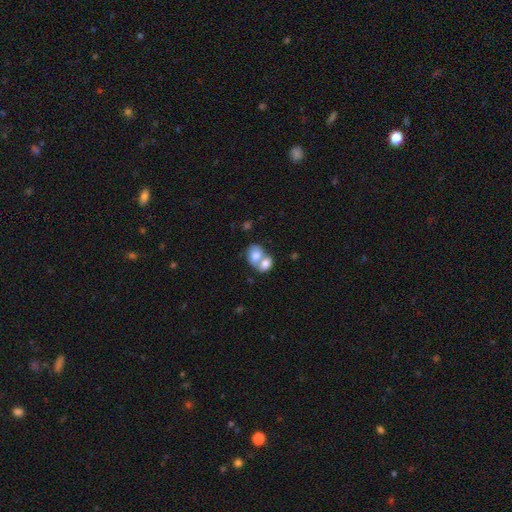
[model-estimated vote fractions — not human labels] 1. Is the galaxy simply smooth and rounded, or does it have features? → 74% smooth, 19% featured or disk, 7% star or artifact.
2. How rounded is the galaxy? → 63% in between, 36% round, 1% cigar-shaped.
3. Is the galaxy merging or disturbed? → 70% merger, 20% none, 7% minor disturbance, 3% major disturbance.